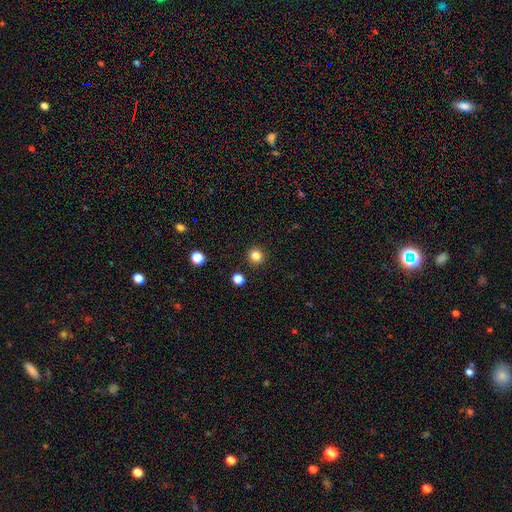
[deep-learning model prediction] smooth_or_featured: smooth (p=0.84) [alt: star or artifact p=0.12]
how_rounded: round (p=0.93) [alt: in between p=0.06]
merging: none (p=0.91) [alt: minor disturbance p=0.05]